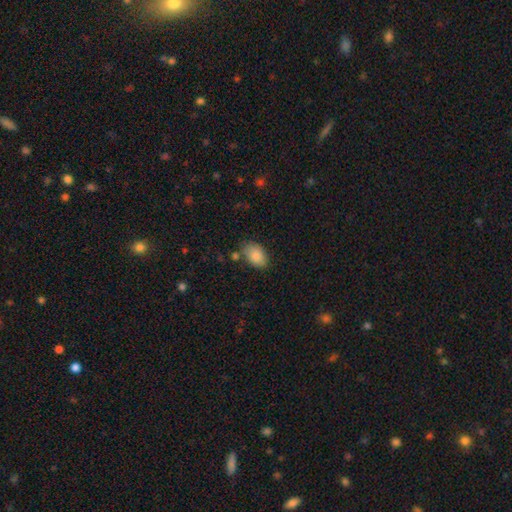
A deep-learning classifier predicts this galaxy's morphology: Smooth or featured?
  - smooth: 87% *
  - star or artifact: 7%
  - featured or disk: 6%
How rounded?
  - in between: 88% *
  - round: 11%
  - cigar-shaped: 1%
Merging?
  - none: 69% *
  - minor disturbance: 20%
  - merger: 7%
  - major disturbance: 5%